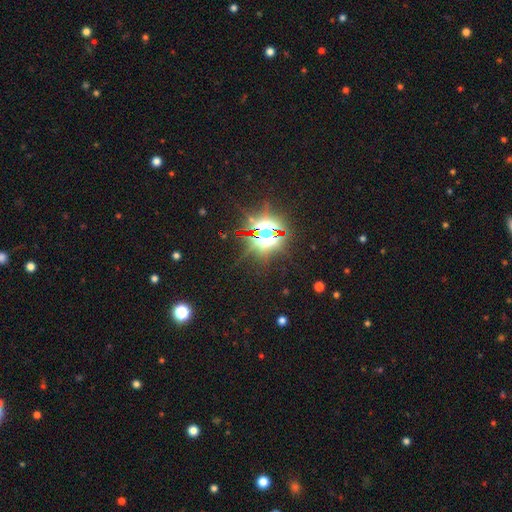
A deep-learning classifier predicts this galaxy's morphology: The model was most divided on "smooth or featured": star or artifact: 85%, smooth: 8%, featured or disk: 7%.